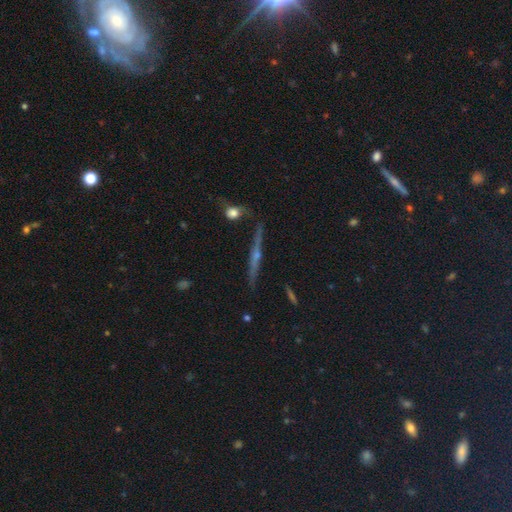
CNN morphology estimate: The model was most divided on "smooth or featured": featured or disk: 76%, smooth: 14%, star or artifact: 10%. More confident: edge-on disk — yes (97%); merging — none (84%); edge-on bulge — rounded (79%).